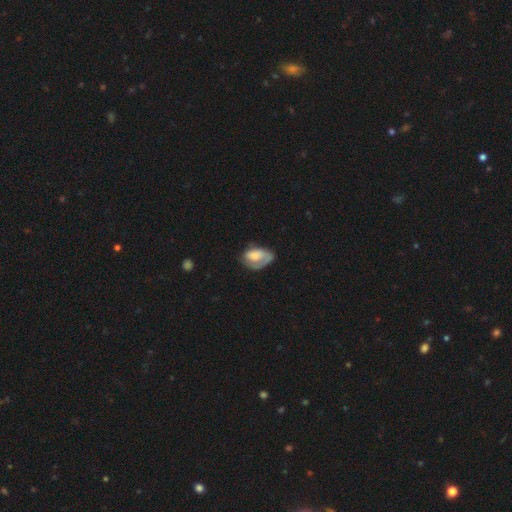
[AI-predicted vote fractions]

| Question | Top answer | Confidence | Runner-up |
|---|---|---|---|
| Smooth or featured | smooth | 49% | featured or disk (44%) |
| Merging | none | 44% | minor disturbance (30%) |